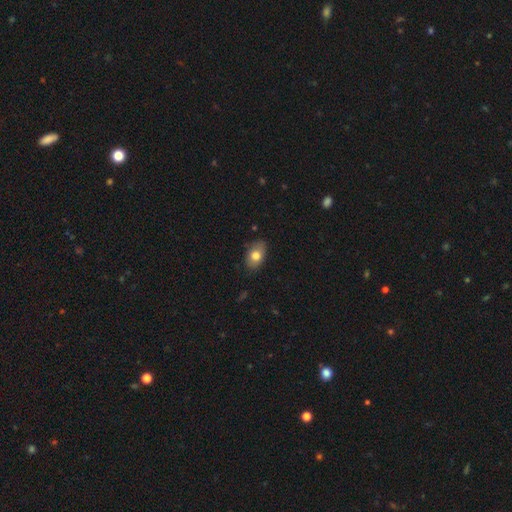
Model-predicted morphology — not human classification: A smooth galaxy with no disk features (78%) that is in between round and cigar-shaped (87%).

Vote fractions:
- Smooth or featured? smooth: 78% / featured or disk: 14% / star or artifact: 8%
- How rounded? in between: 87% / round: 12% / cigar-shaped: 2%
- Merging? none: 82% / minor disturbance: 14% / major disturbance: 3% / merger: 1%